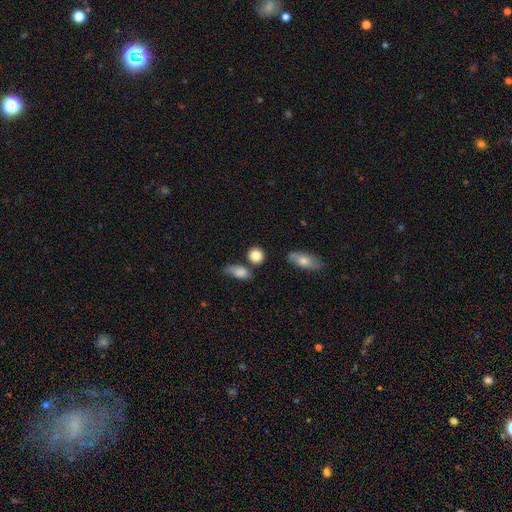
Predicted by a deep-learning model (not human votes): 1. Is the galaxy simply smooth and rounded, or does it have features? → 85% smooth, 9% star or artifact, 7% featured or disk.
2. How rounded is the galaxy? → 75% round, 22% in between, 3% cigar-shaped.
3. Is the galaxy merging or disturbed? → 69% none, 14% minor disturbance, 12% merger, 5% major disturbance.